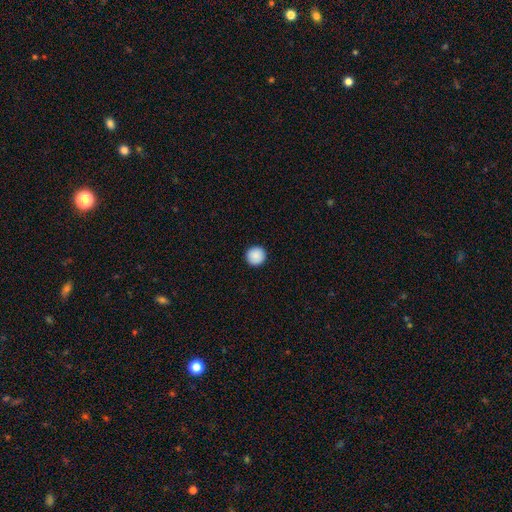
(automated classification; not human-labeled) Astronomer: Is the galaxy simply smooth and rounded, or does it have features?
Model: smooth — 89%.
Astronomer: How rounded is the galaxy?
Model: round — 96%.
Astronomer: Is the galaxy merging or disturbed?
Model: none — 94%.